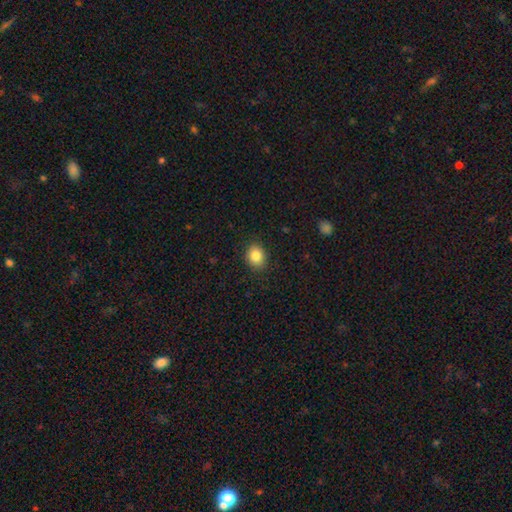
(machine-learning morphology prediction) This appears to be a smooth galaxy with no disk features (85%) that is round (52%). Merging: none (88%).